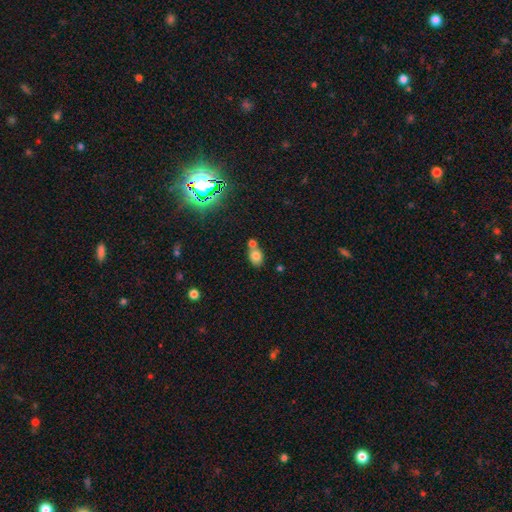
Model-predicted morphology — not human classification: This appears to be a smooth galaxy with no disk features (76%) that is in between round and cigar-shaped (65%). Merging: none (44%).